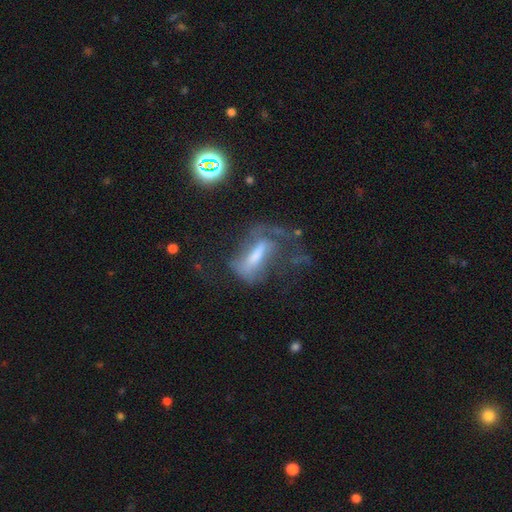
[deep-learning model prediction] smooth-or-featured: featured or disk: 59% | smooth: 28% | star or artifact: 14%
  disk-edge-on: no: 83% | yes: 17%
  merging: major disturbance: 47% | none: 30% | minor disturbance: 18% | merger: 5%